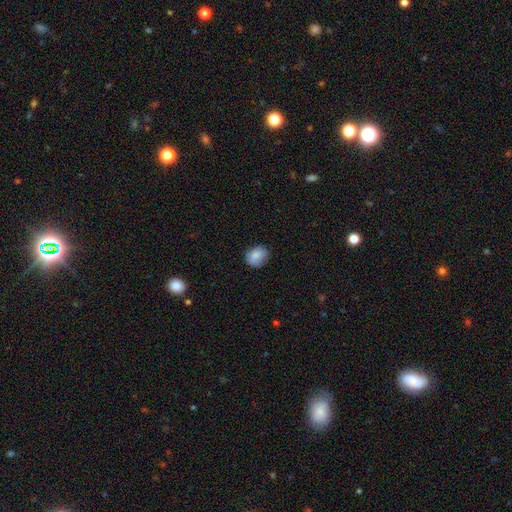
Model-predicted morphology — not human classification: smooth 83%, featured or disk 8%, star or artifact 8%. Down the decision tree: how rounded — round (59%); merging — none (75%).